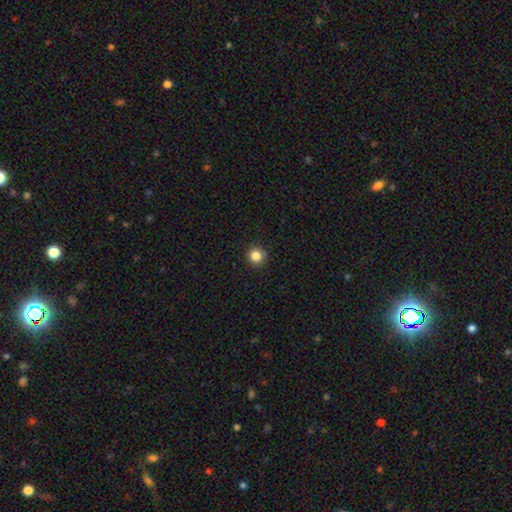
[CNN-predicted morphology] Smooth or featured?
  - smooth: 84% *
  - star or artifact: 12%
  - featured or disk: 4%
How rounded?
  - round: 95% *
  - in between: 4%
  - cigar-shaped: 1%
Merging?
  - none: 92% *
  - minor disturbance: 5%
  - major disturbance: 2%
  - merger: 1%